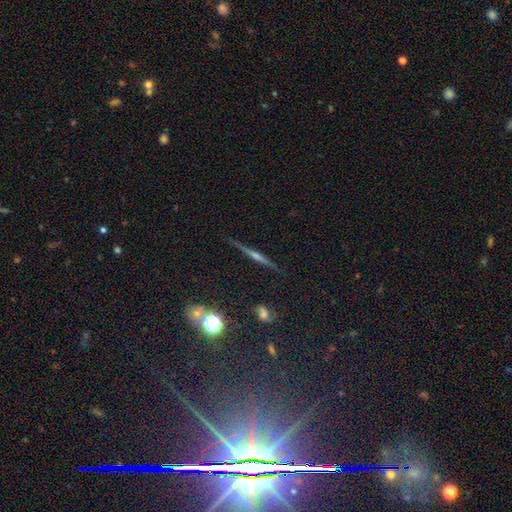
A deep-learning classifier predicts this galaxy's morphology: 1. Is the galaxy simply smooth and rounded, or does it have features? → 72% featured or disk, 16% smooth, 12% star or artifact.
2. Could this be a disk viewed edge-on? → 97% yes, 3% no.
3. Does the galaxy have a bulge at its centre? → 71% rounded, 17% none, 12% boxy.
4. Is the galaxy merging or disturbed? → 89% none, 8% minor disturbance, 2% major disturbance, 2% merger.